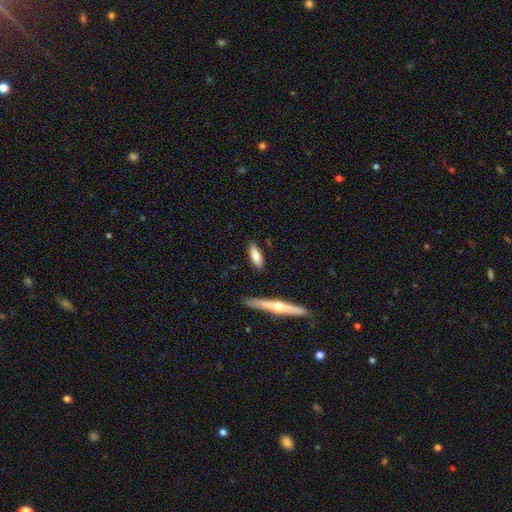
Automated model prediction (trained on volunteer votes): smooth-or-featured: smooth: 72% | featured or disk: 22% | star or artifact: 6%
  how-rounded: in between: 50% | cigar-shaped: 48% | round: 2%
  merging: none: 85% | minor disturbance: 10% | merger: 2% | major disturbance: 2%